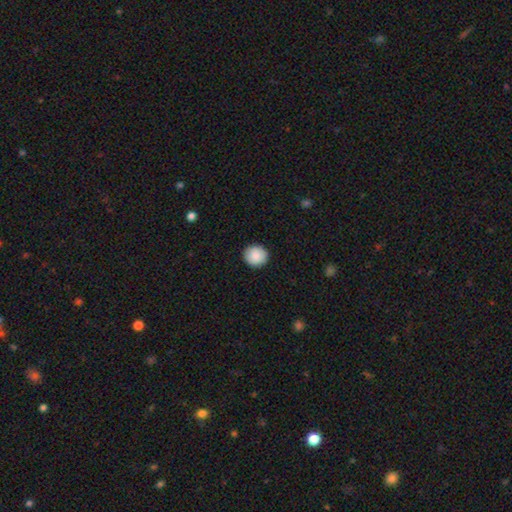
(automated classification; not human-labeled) A smooth galaxy with no disk features (88%) that is round (86%). Merging: none (91%).